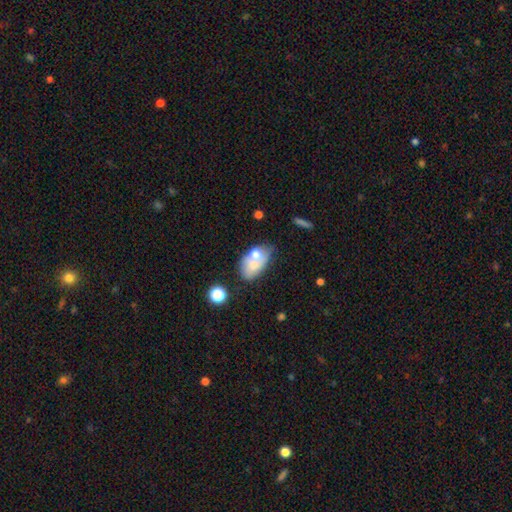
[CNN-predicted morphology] Smooth or featured? Predicted: smooth (p=0.60). How rounded? Predicted: in between (p=0.83). Merging? Predicted: merger (p=0.47).